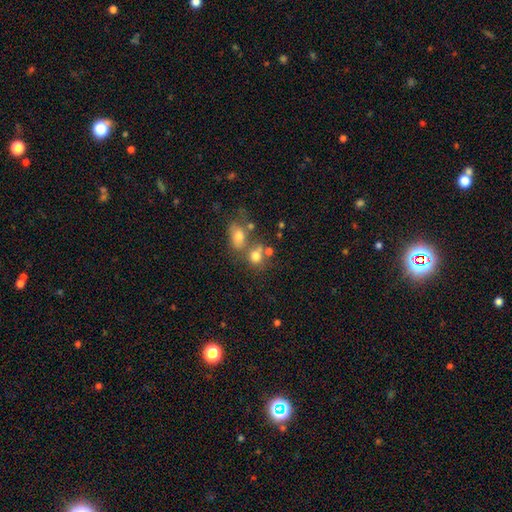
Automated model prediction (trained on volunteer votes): smooth_or_featured: smooth (p=0.72) [alt: star or artifact p=0.14]
how_rounded: round (p=0.65) [alt: in between p=0.34]
merging: none (p=0.43) [alt: merger p=0.39]